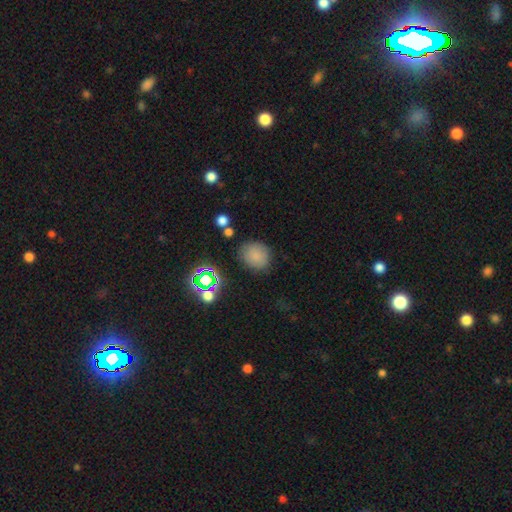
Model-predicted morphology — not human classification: smooth-or-featured: smooth: 77% | star or artifact: 16% | featured or disk: 7%
  how-rounded: round: 67% | in between: 32% | cigar-shaped: 1%
  merging: none: 79% | minor disturbance: 14% | major disturbance: 5% | merger: 3%